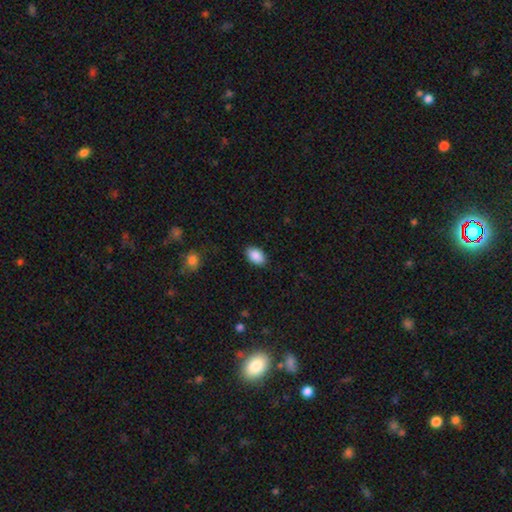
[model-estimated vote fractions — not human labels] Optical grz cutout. It shows a smooth galaxy with no disk features (89%) that is in between round and cigar-shaped (92%). Merging: none (88%).